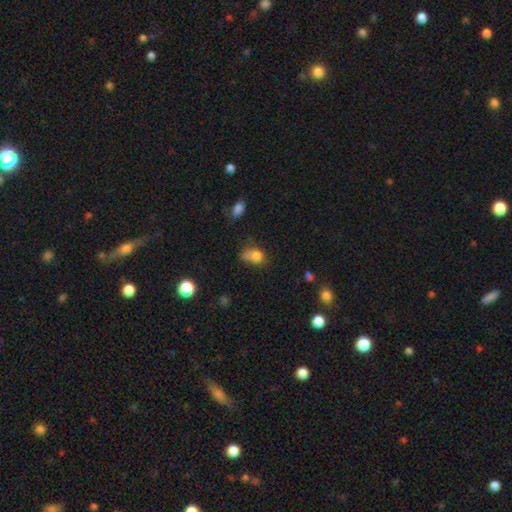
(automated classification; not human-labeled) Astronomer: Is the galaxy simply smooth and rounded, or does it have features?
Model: smooth — 76%.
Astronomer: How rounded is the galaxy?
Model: in between — 58% (runner-up: round, 40%).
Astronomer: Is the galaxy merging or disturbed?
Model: none — 33% (runner-up: minor disturbance, 30%).